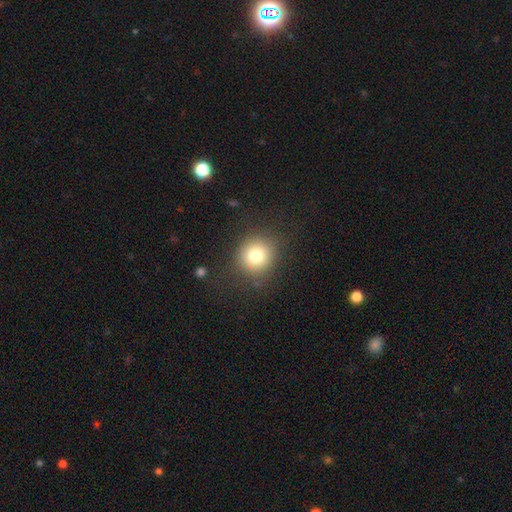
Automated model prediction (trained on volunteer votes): The model was most divided on "smooth or featured": smooth: 78%, star or artifact: 12%, featured or disk: 10%. More confident: how rounded — round (87%); merging — none (84%).